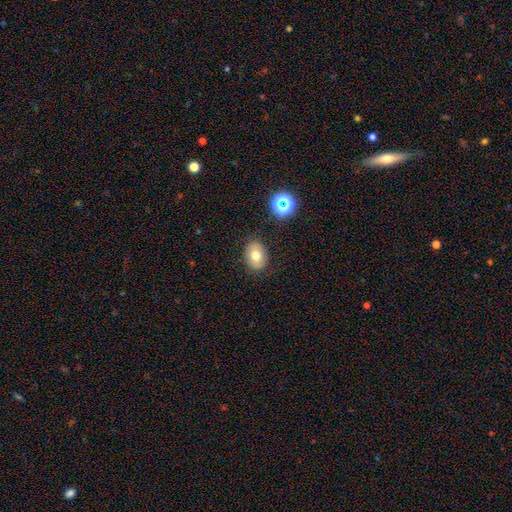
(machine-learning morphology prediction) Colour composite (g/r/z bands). It shows a smooth galaxy with no disk features (72%) that is in between round and cigar-shaped (70%). Merging: none (84%).